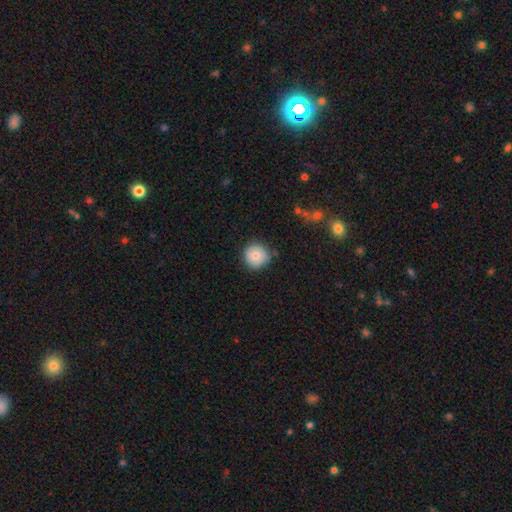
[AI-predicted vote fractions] Morphology: type=smooth (80%); roundness=round (94%); merging=none (78%).